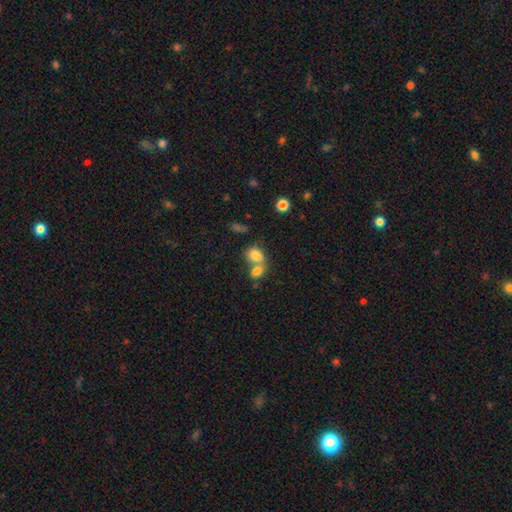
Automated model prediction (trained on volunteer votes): Smooth or featured?
  - smooth: 78% *
  - featured or disk: 11%
  - star or artifact: 11%
How rounded?
  - in between: 59% *
  - round: 40%
  - cigar-shaped: 1%
Merging?
  - merger: 61% *
  - none: 27%
  - minor disturbance: 8%
  - major disturbance: 4%